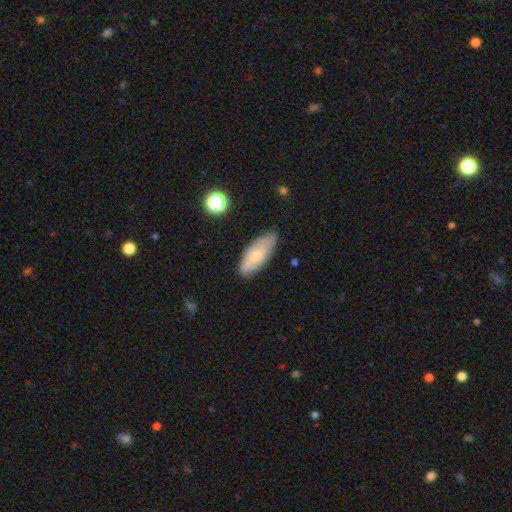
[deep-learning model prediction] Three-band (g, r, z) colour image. It shows a smooth galaxy with no disk features (71%) that is in between round and cigar-shaped (76%). Merging: none (78%).